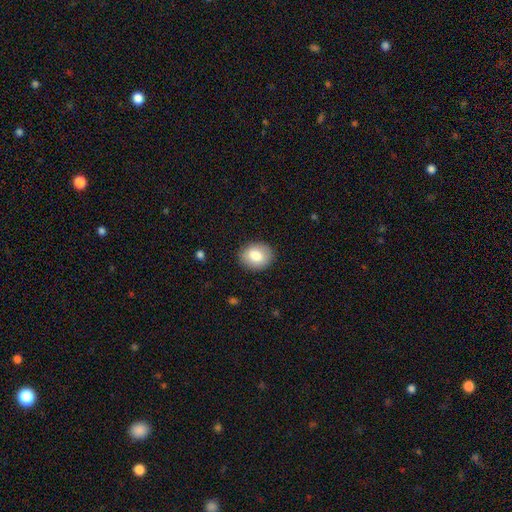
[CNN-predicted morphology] smooth 81%, featured or disk 11%, star or artifact 8%. Down the decision tree: how rounded — round (54%); merging — none (88%).